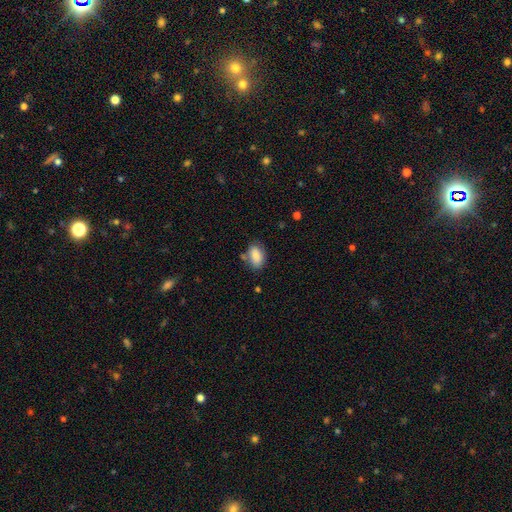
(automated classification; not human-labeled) smooth-or-featured: smooth: 86% | star or artifact: 7% | featured or disk: 7%
  how-rounded: in between: 91% | round: 7% | cigar-shaped: 2%
  merging: none: 71% | minor disturbance: 18% | merger: 7% | major disturbance: 4%